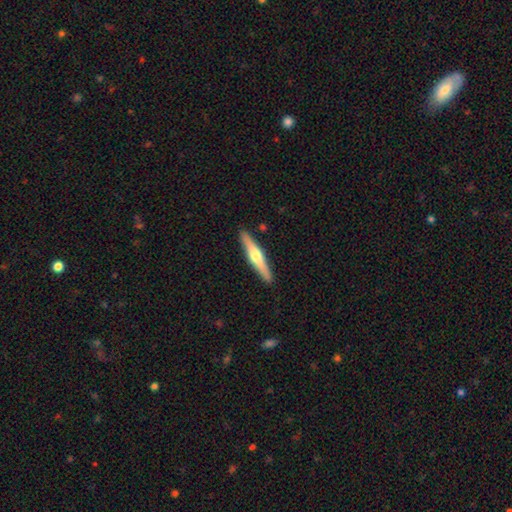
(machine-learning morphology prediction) Smooth or featured?
  - featured or disk: 60% *
  - smooth: 35%
  - star or artifact: 5%
Edge-on disk?
  - yes: 97% *
  - no: 3%
Edge-on bulge?
  - rounded: 90% *
  - none: 5%
  - boxy: 5%
Merging?
  - none: 90% *
  - minor disturbance: 7%
  - major disturbance: 1%
  - merger: 1%